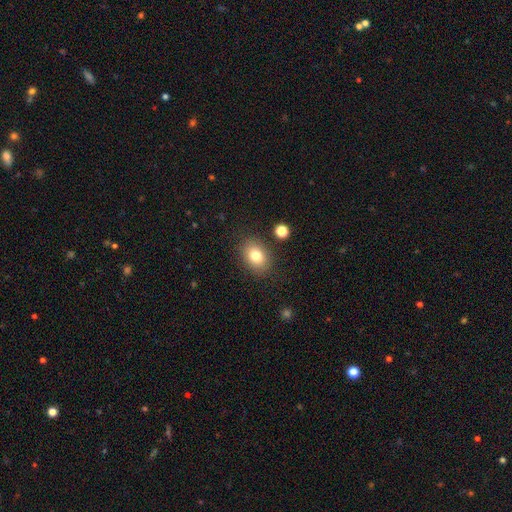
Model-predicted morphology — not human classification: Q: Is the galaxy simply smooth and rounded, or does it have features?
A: smooth — 79%.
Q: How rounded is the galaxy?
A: in between — 69%.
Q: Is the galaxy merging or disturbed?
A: none — 85%.